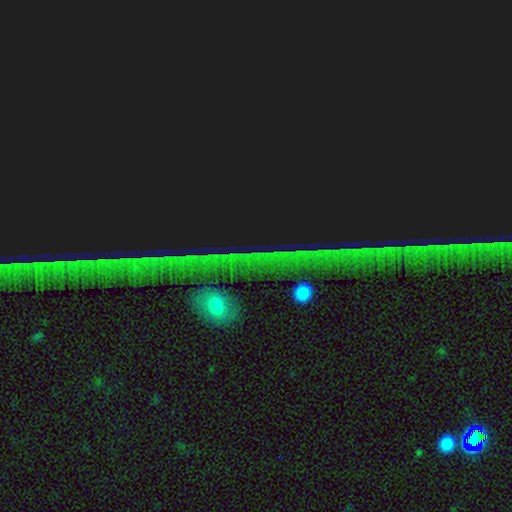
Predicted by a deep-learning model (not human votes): Overall: star or artifact (71%).